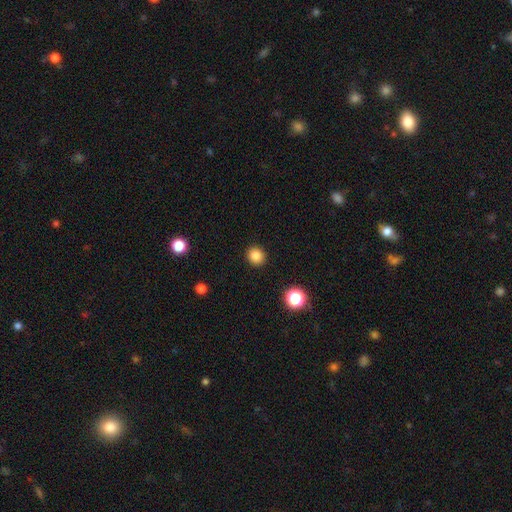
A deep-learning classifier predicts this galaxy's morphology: A smooth galaxy with no disk features (85%) that is round (85%).

Vote fractions:
- Smooth or featured? smooth: 85% / star or artifact: 11% / featured or disk: 4%
- How rounded? round: 85% / in between: 14% / cigar-shaped: 1%
- Merging? none: 92% / minor disturbance: 5% / major disturbance: 2% / merger: 1%